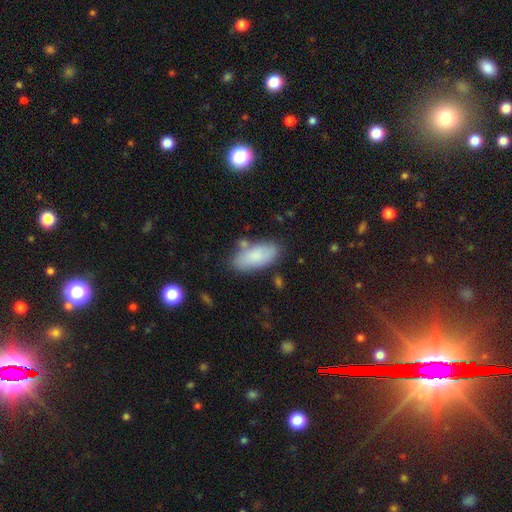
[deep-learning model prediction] smooth-or-featured: smooth: 82% | featured or disk: 12% | star or artifact: 7%
  how-rounded: in between: 89% | cigar-shaped: 9% | round: 2%
  merging: none: 74% | minor disturbance: 16% | merger: 6% | major disturbance: 4%